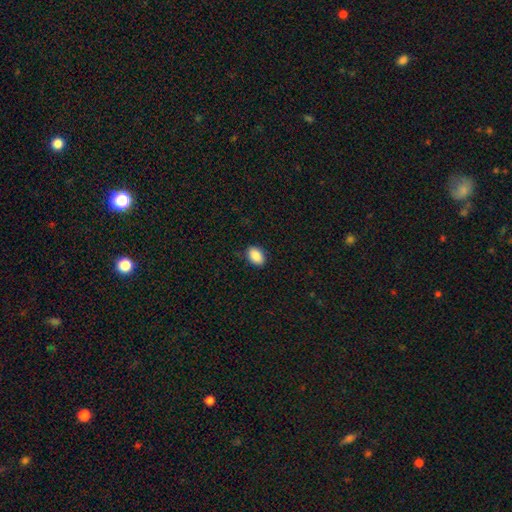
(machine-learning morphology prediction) Overall: smooth (89%). How rounded: in between (87%). Merging: none (86%).